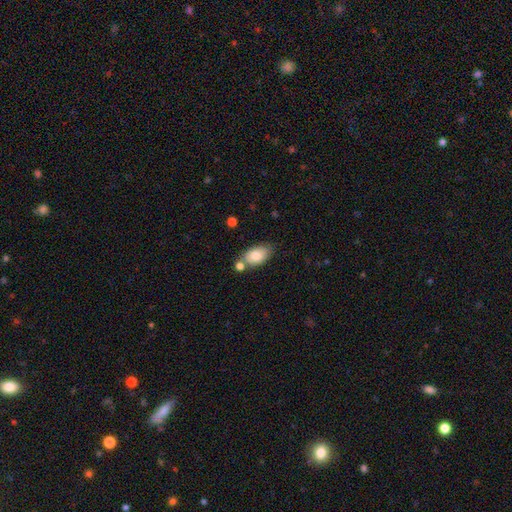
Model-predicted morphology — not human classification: Smooth or featured? Predicted: smooth (p=0.79). How rounded? Predicted: in between (p=0.91). Merging? Predicted: none (p=0.62).